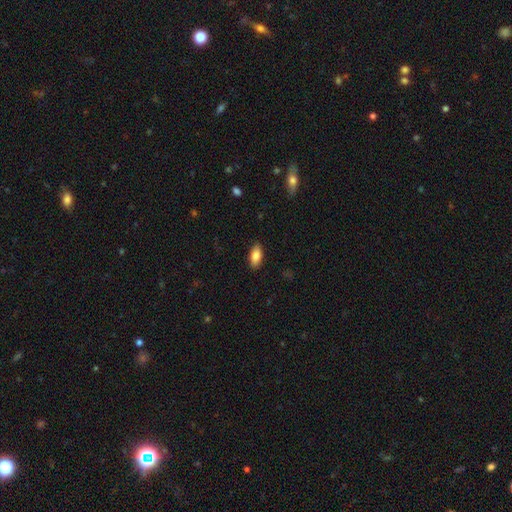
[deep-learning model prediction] smooth-or-featured: smooth: 85% | featured or disk: 8% | star or artifact: 7%
  how-rounded: in between: 89% | cigar-shaped: 9% | round: 2%
  merging: none: 88% | minor disturbance: 9% | major disturbance: 2% | merger: 1%